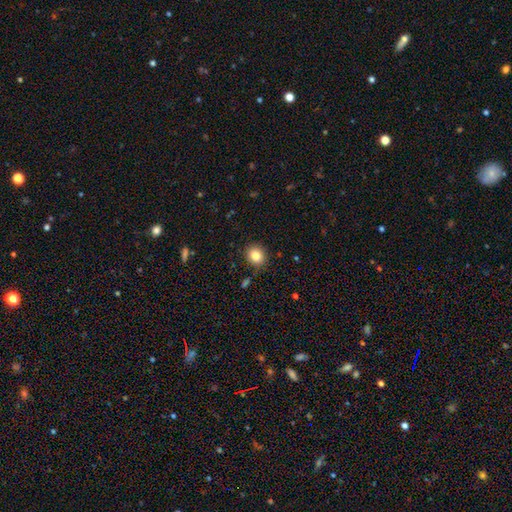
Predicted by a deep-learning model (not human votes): A smooth galaxy with no disk features (84%) that is round (65%).

Vote fractions:
- Smooth or featured? smooth: 84% / star or artifact: 10% / featured or disk: 6%
- How rounded? round: 65% / in between: 34% / cigar-shaped: 1%
- Merging? none: 88% / minor disturbance: 8% / major disturbance: 2% / merger: 2%